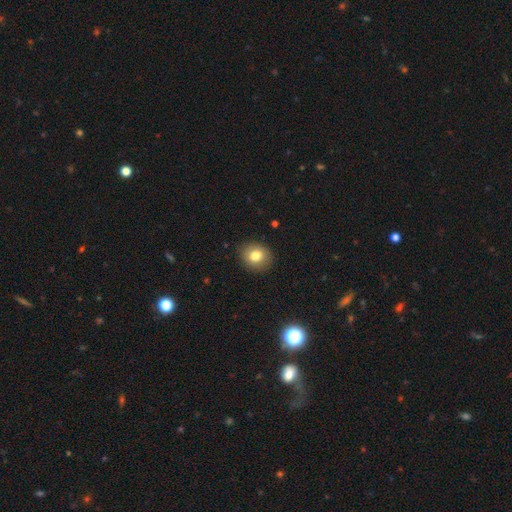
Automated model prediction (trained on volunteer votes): A smooth galaxy with no disk features (80%) that is round (71%).

Vote fractions:
- Smooth or featured? smooth: 80% / star or artifact: 10% / featured or disk: 10%
- How rounded? round: 71% / in between: 28% / cigar-shaped: 1%
- Merging? none: 89% / minor disturbance: 8% / major disturbance: 2% / merger: 1%